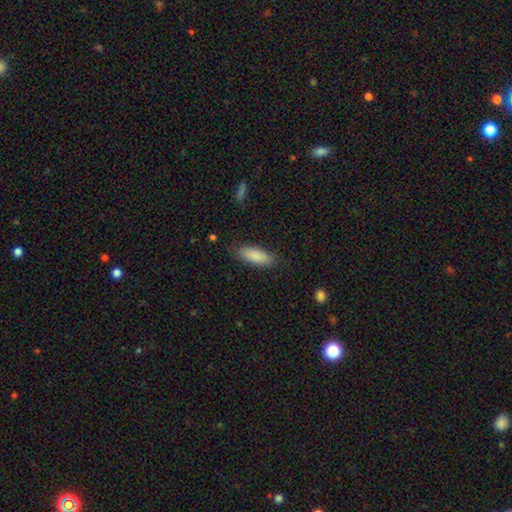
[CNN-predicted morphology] This is clearly a smooth galaxy (87%). How rounded: likely in between (62%). Merging: clearly none (84%).